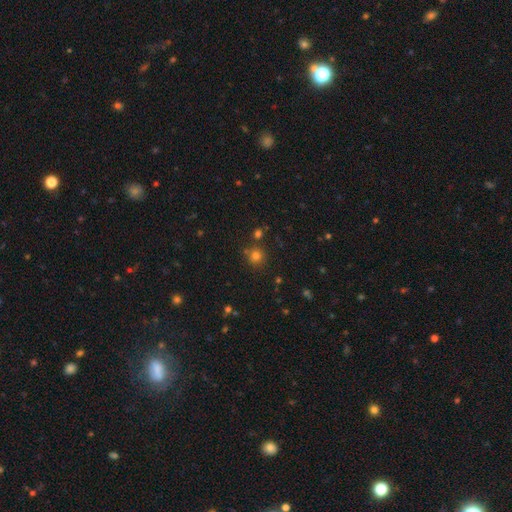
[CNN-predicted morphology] smooth-or-featured: smooth: 74% | star or artifact: 19% | featured or disk: 7%
  how-rounded: round: 90% | in between: 9% | cigar-shaped: 1%
  merging: none: 77% | merger: 11% | minor disturbance: 9% | major disturbance: 3%